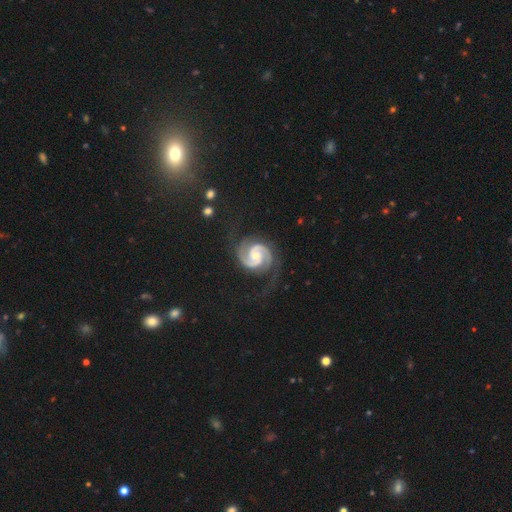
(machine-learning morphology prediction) Smooth or featured: featured or disk — 93% (star or artifact — 4%)
Edge-on disk: no — 98% (yes — 2%)
Bar: no — 56% (weak — 34%)
Spiral arms: yes — 99% (no — 1%)
Spiral winding: medium — 48% (tight — 43%)
Spiral arm count: 2 — 94% (can't tell — 1%)
Bulge size: moderate — 52% (small — 40%)
Merging: none — 70% (minor disturbance — 18%)